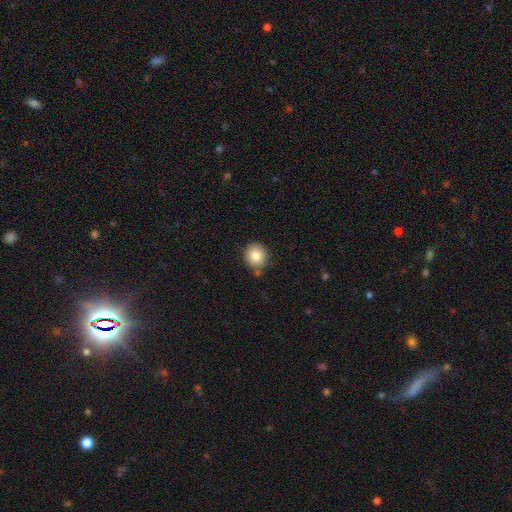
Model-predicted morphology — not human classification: smooth 82%, star or artifact 10%, featured or disk 9%. Down the decision tree: how rounded — round (90%); merging — none (80%).